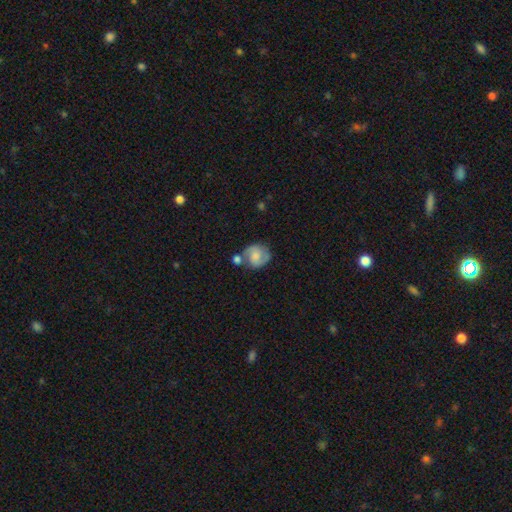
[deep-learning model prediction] Smooth or featured? Predicted: featured or disk (p=0.60). Edge-on disk? Predicted: no (p=0.98). Bar? Predicted: no (p=0.55). Spiral arms? Predicted: yes (p=0.89). Spiral winding? Predicted: medium (p=0.50). Spiral arm count? Predicted: 2 (p=0.85). Bulge size? Predicted: moderate (p=0.37). Merging? Predicted: none (p=0.52).